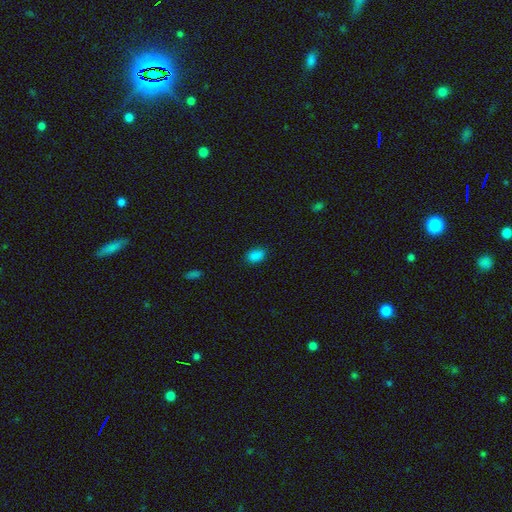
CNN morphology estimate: Smooth or featured? smooth (85%)
How rounded? in between (88%)
Merging? none (85%)